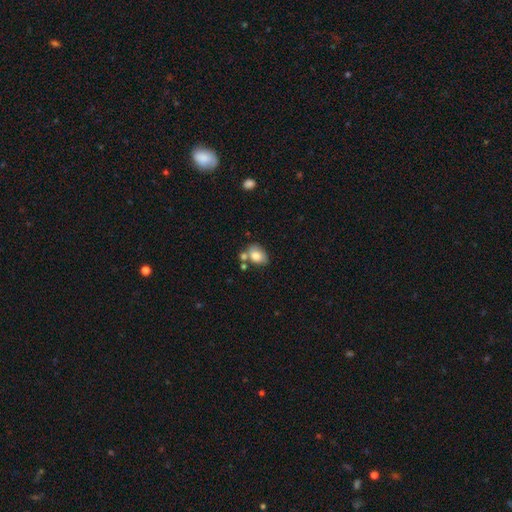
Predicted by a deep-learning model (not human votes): Q: Smooth or featured?
A: smooth (79%); runner-up: featured or disk (13%)
Q: How rounded?
A: in between (71%); runner-up: round (28%)
Q: Merging?
A: none (53%); runner-up: merger (23%)